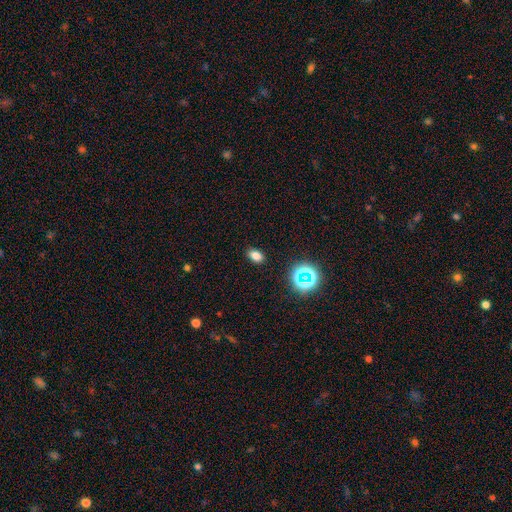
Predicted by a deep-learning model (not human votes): Q: Smooth or featured?
A: smooth (76%); runner-up: star or artifact (18%)
Q: How rounded?
A: in between (83%); runner-up: round (15%)
Q: Merging?
A: none (88%); runner-up: minor disturbance (8%)